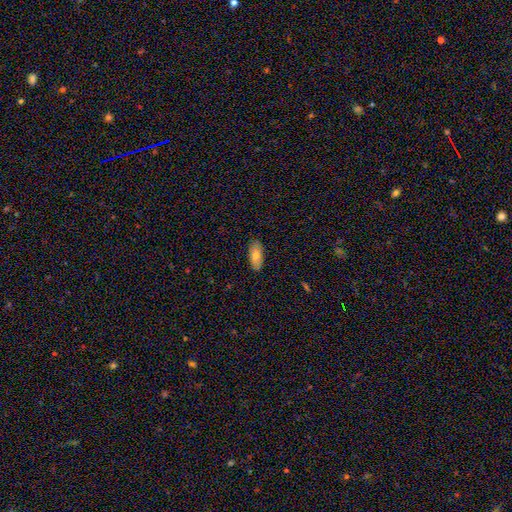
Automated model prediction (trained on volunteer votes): A smooth galaxy with no disk features (77%) that is in between round and cigar-shaped (85%). Merging: none (87%).